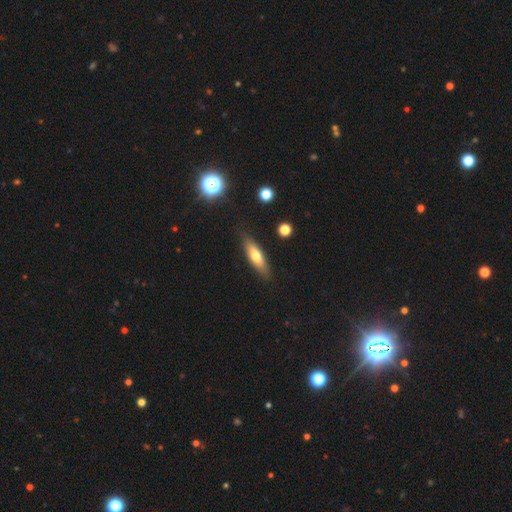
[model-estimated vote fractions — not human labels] This appears to be a smooth galaxy with no disk features (63%) that is cigar-shaped (57%). Merging: none (84%).